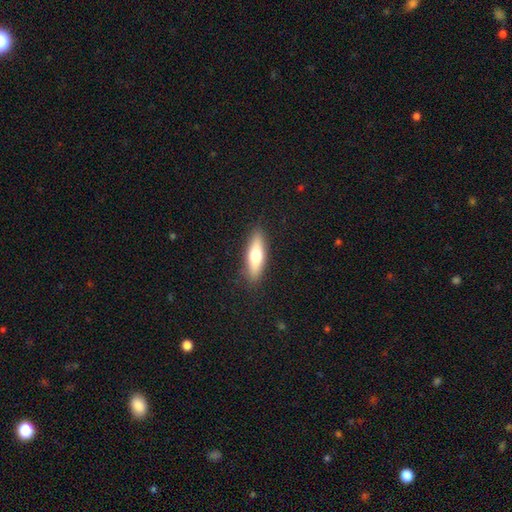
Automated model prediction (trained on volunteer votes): The model was most divided on "how rounded": cigar-shaped: 58%, in between: 40%, round: 2%. More confident: merging — none (88%); smooth or featured — smooth (63%).